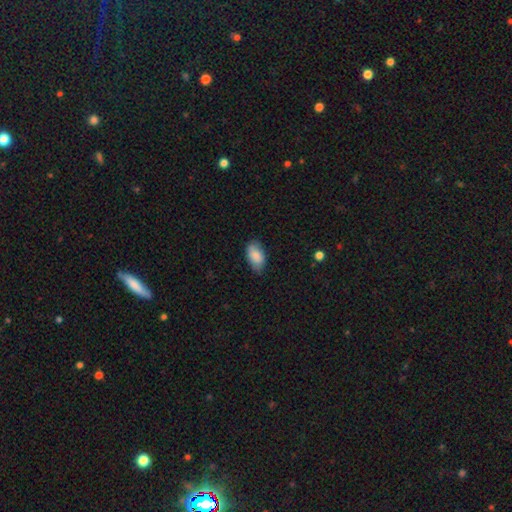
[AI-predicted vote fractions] Overall: smooth (84%). How rounded: in between (93%). Merging: none (71%).